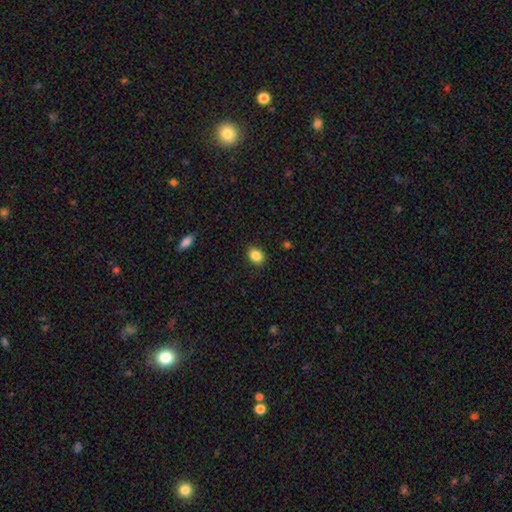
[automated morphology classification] A smooth galaxy with no disk features (86%) that is in between round and cigar-shaped (68%).

Vote fractions:
- Smooth or featured? smooth: 86% / star or artifact: 9% / featured or disk: 5%
- How rounded? in between: 68% / round: 31% / cigar-shaped: 1%
- Merging? none: 87% / minor disturbance: 9% / major disturbance: 2% / merger: 1%